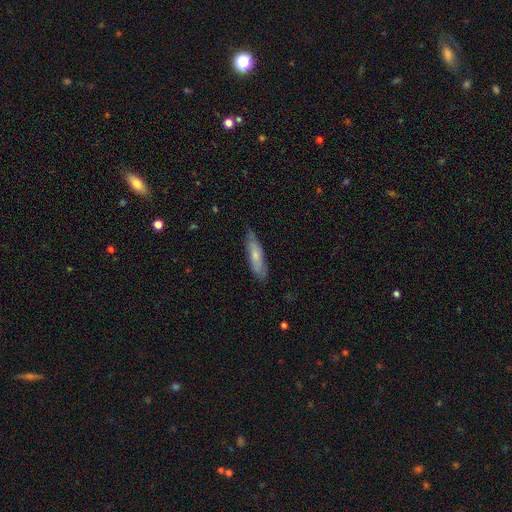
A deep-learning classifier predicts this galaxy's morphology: smooth_or_featured: smooth (p=0.61) [alt: featured or disk p=0.33]
how_rounded: cigar-shaped (p=0.72) [alt: in between p=0.27]
merging: none (p=0.74) [alt: minor disturbance p=0.21]